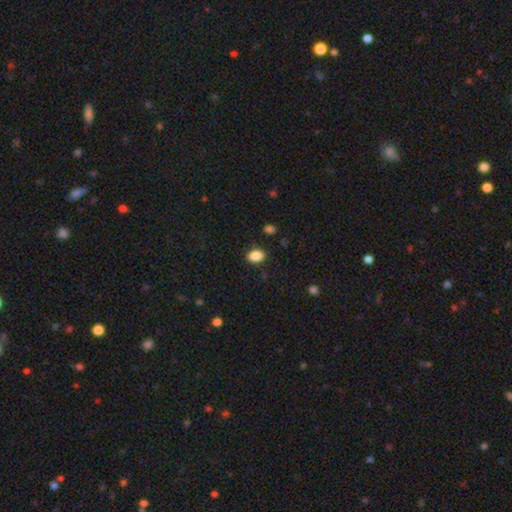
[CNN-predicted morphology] Overall: smooth (87%). How rounded: in between (78%). Merging: none (87%).